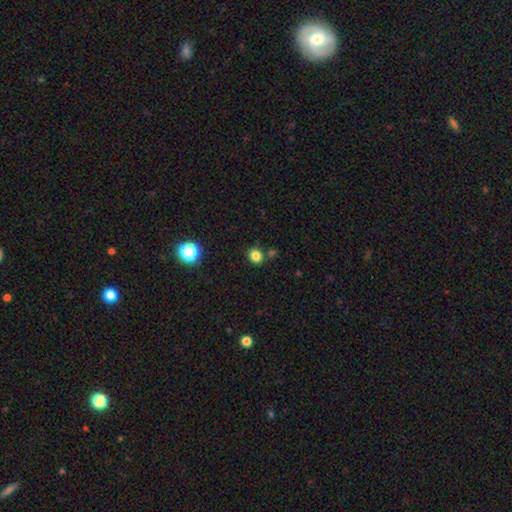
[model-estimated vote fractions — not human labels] Overall: smooth (82%). How rounded: round (78%). Merging: none (80%).